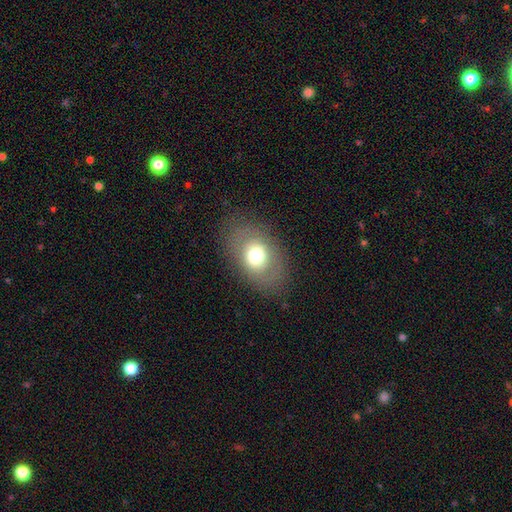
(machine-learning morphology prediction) Smooth or featured? smooth (64%)
How rounded? in between (73%)
Merging? none (80%)